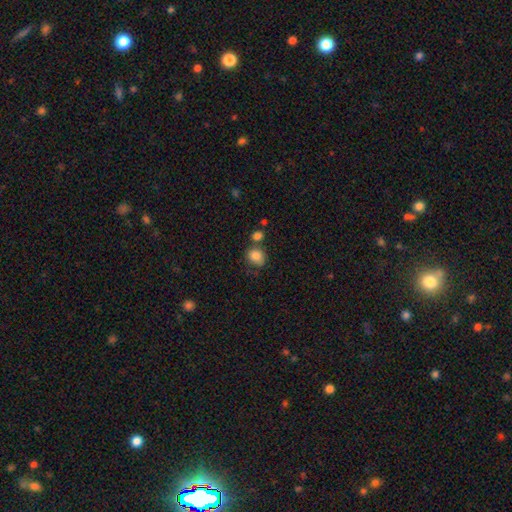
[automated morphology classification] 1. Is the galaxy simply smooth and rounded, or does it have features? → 84% smooth, 9% star or artifact, 7% featured or disk.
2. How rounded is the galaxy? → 69% round, 30% in between, 1% cigar-shaped.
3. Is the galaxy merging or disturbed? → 58% none, 18% merger, 18% minor disturbance, 6% major disturbance.